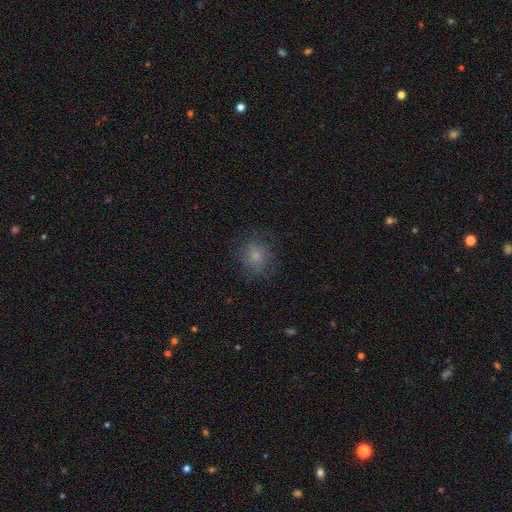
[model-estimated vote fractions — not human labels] This appears to be a smooth galaxy with no disk features (69%) that is round (77%). Merging: none (75%).